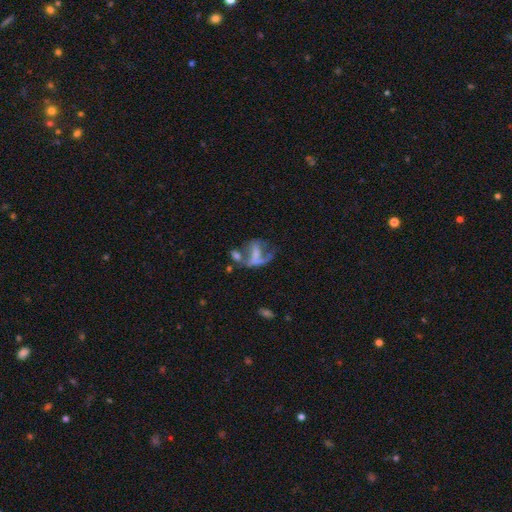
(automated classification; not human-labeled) smooth-or-featured: featured or disk: 55% | smooth: 31% | star or artifact: 14%
  disk-edge-on: no: 95% | yes: 5%
    bar: no: 50% | weak: 27% | strong: 23%
    has-spiral-arms: no: 60% | yes: 40%
    bulge-size: none: 57% | small: 22% | moderate: 14% | large: 5% | dominant: 2%
  merging: major disturbance: 37% | merger: 29% | none: 21% | minor disturbance: 13%